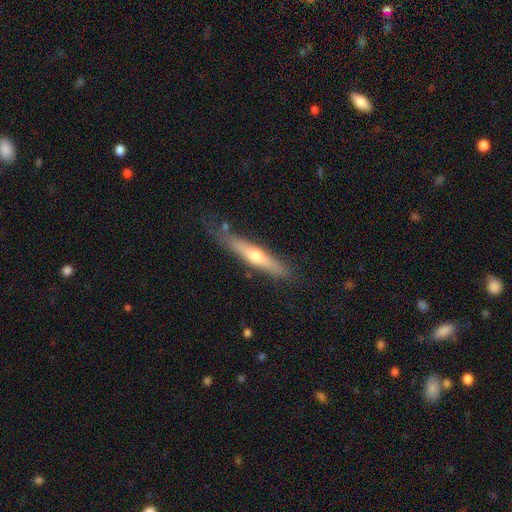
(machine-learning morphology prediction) smooth-or-featured: featured or disk: 53% | smooth: 41% | star or artifact: 6%
  disk-edge-on: yes: 90% | no: 10%
  merging: none: 76% | minor disturbance: 17% | major disturbance: 4% | merger: 3%